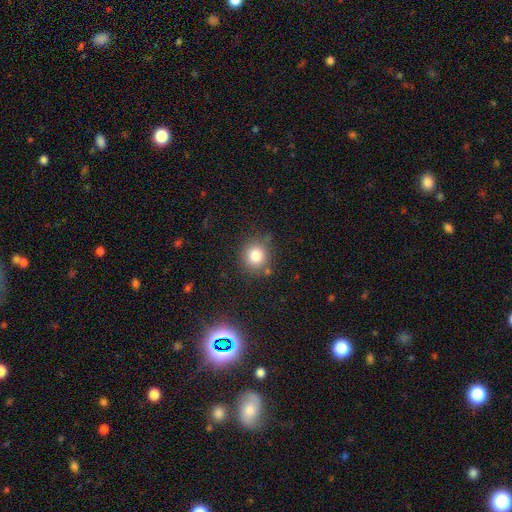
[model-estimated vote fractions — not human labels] A smooth galaxy with no disk features (81%) that is round (86%).

Vote fractions:
- Smooth or featured? smooth: 81% / star or artifact: 12% / featured or disk: 7%
- How rounded? round: 86% / in between: 13% / cigar-shaped: 1%
- Merging? none: 79% / minor disturbance: 13% / merger: 5% / major disturbance: 4%